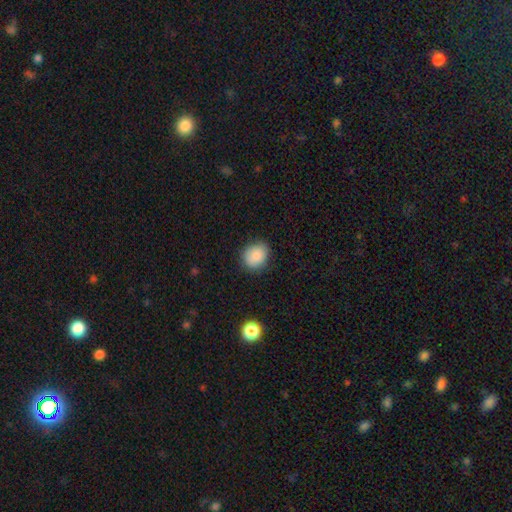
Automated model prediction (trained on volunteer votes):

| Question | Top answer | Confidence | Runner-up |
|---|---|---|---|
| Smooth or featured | smooth | 87% | star or artifact (8%) |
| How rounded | round | 63% | in between (36%) |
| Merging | none | 82% | minor disturbance (14%) |